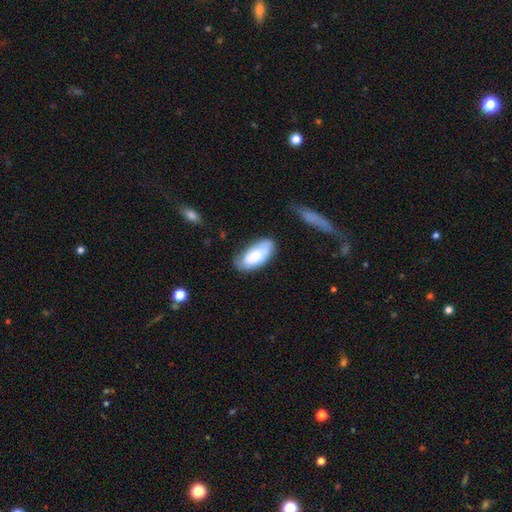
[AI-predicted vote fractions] The model was most divided on "merging": none: 63%, minor disturbance: 26%, major disturbance: 7%, merger: 4%. More confident: how rounded — in between (92%); smooth or featured — smooth (73%).